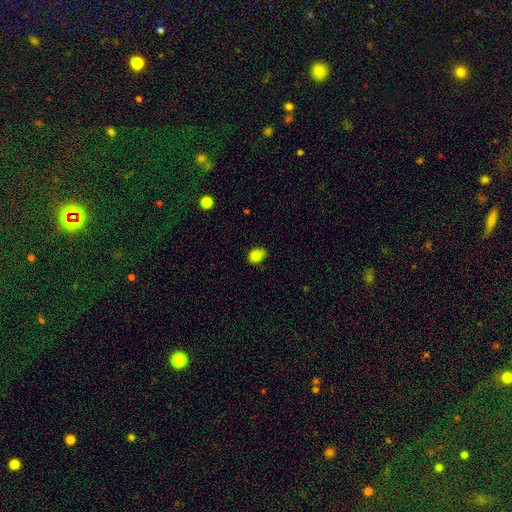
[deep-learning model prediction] A smooth galaxy with no disk features (83%) that is in between round and cigar-shaped (69%). Merging: none (66%).